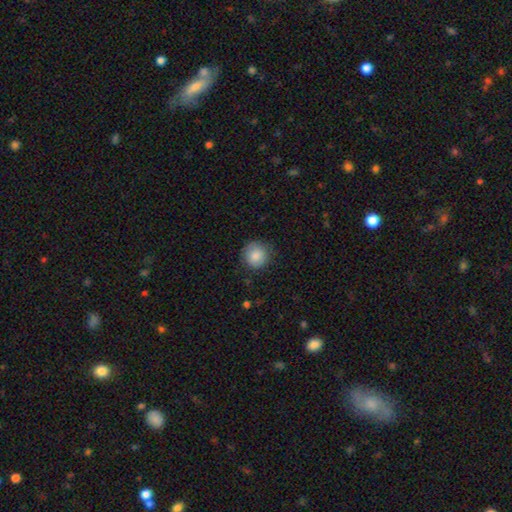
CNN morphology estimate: smooth-or-featured: smooth: 85% | star or artifact: 8% | featured or disk: 7%
  how-rounded: round: 93% | in between: 6% | cigar-shaped: 1%
  merging: none: 82% | minor disturbance: 14% | major disturbance: 3% | merger: 1%